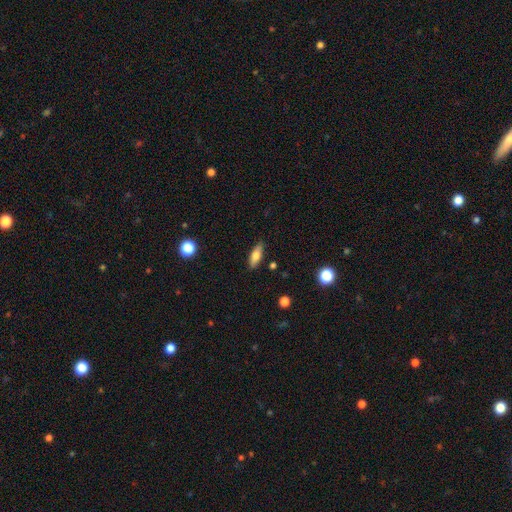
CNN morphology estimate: The model was most divided on "how rounded": in between: 63%, cigar-shaped: 34%, round: 3%. More confident: merging — none (86%); smooth or featured — smooth (71%).